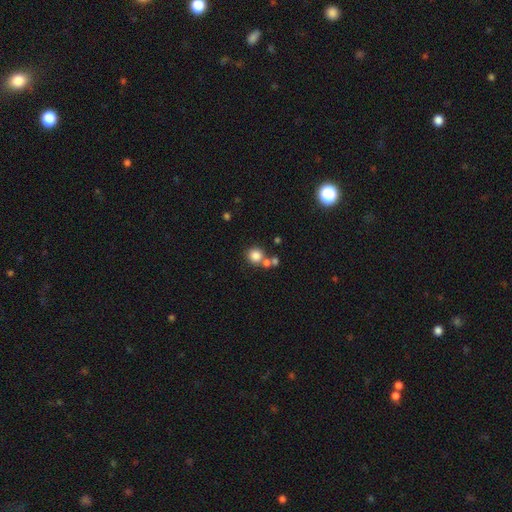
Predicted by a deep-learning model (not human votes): smooth_or_featured: smooth (p=0.81) [alt: star or artifact p=0.12]
how_rounded: round (p=0.90) [alt: in between p=0.09]
merging: none (p=0.61) [alt: merger p=0.27]